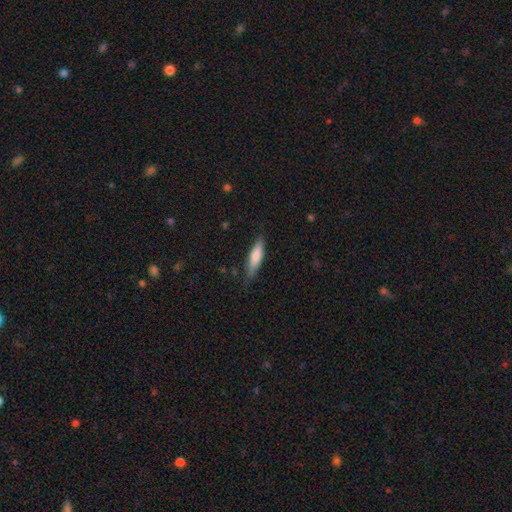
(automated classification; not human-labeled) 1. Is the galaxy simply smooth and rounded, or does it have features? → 76% smooth, 19% featured or disk, 6% star or artifact.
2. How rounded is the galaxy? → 69% cigar-shaped, 29% in between, 2% round.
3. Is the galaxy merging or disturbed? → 76% none, 19% minor disturbance, 4% major disturbance, 1% merger.